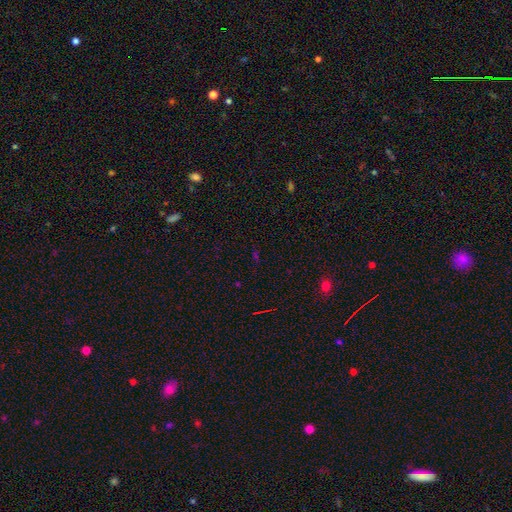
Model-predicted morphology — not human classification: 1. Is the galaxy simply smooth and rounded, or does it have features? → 67% star or artifact, 25% smooth, 9% featured or disk.